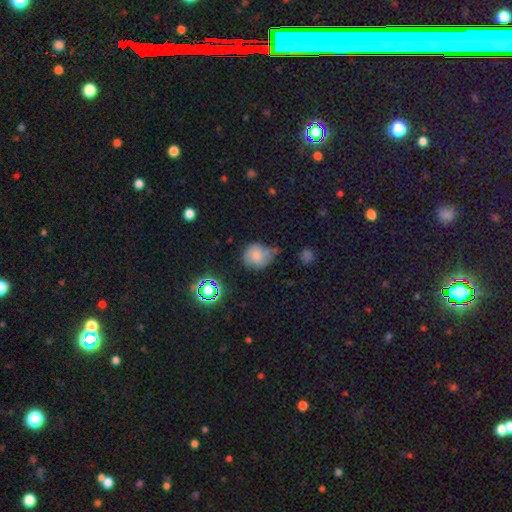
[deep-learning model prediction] smooth-or-featured: smooth: 64% | featured or disk: 21% | star or artifact: 15%
  how-rounded: round: 77% | in between: 22% | cigar-shaped: 1%
  merging: none: 47% | minor disturbance: 34% | major disturbance: 12% | merger: 7%